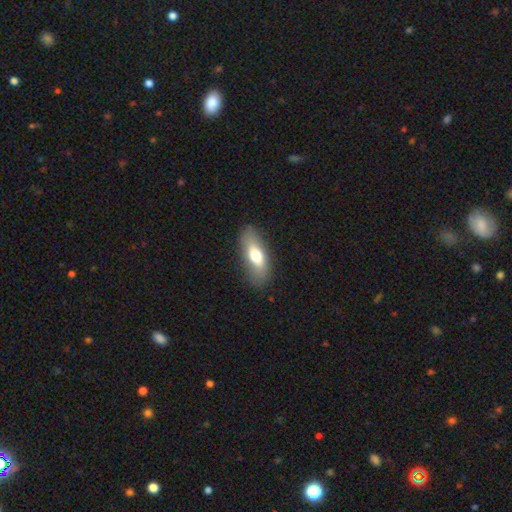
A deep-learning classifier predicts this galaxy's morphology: A smooth galaxy with no disk features (63%) that is in between round and cigar-shaped (72%).

Vote fractions:
- Smooth or featured? smooth: 63% / featured or disk: 30% / star or artifact: 7%
- How rounded? in between: 72% / cigar-shaped: 24% / round: 4%
- Merging? none: 81% / minor disturbance: 13% / major disturbance: 4% / merger: 1%